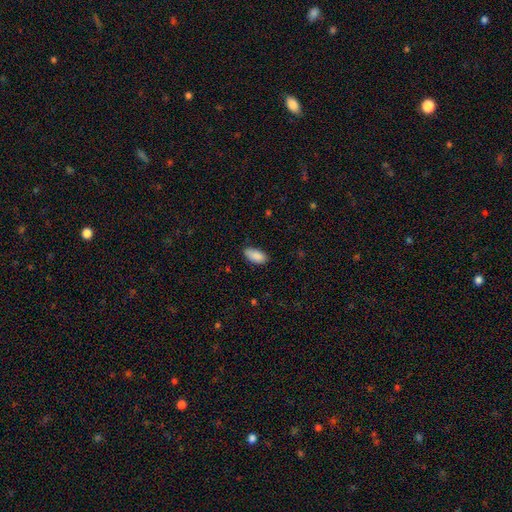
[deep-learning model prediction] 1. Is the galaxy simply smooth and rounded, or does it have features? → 89% smooth, 7% star or artifact, 4% featured or disk.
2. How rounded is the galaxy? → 92% in between, 6% cigar-shaped, 2% round.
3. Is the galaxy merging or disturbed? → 79% none, 17% minor disturbance, 3% major disturbance, 1% merger.